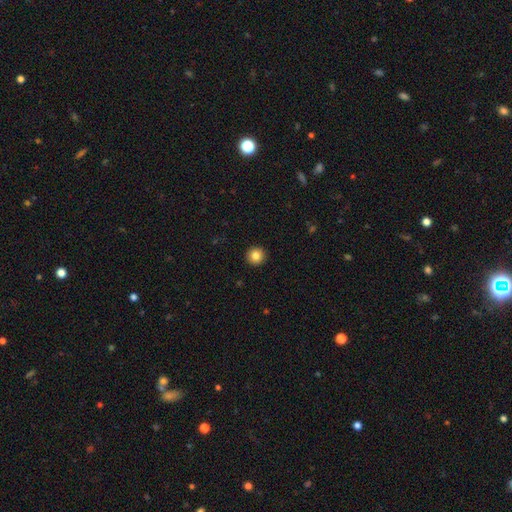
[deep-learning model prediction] Q: Smooth or featured?
A: smooth (83%); runner-up: star or artifact (10%)
Q: How rounded?
A: round (95%); runner-up: in between (4%)
Q: Merging?
A: none (94%); runner-up: minor disturbance (4%)